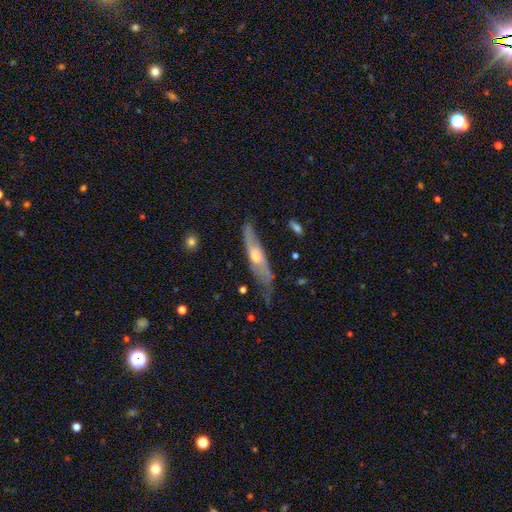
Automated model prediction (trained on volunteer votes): Overall: featured or disk (60%; smooth 34%). Edge-on disk: yes (62%; no 38%). Merging: none (52%; minor disturbance 32%).